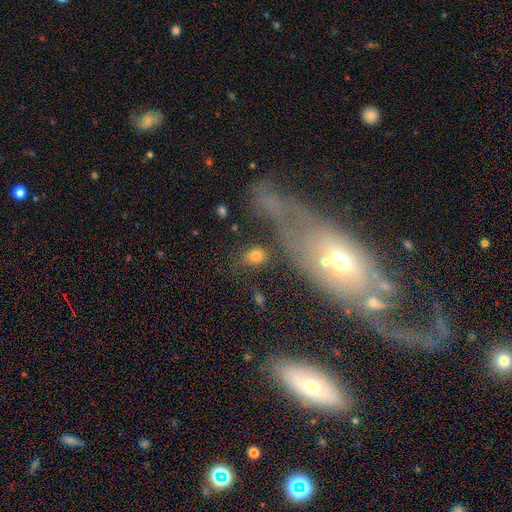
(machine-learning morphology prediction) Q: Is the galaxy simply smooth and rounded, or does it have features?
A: smooth — 77%.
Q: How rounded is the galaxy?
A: in between — 50%.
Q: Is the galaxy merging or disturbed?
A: none — 76%.